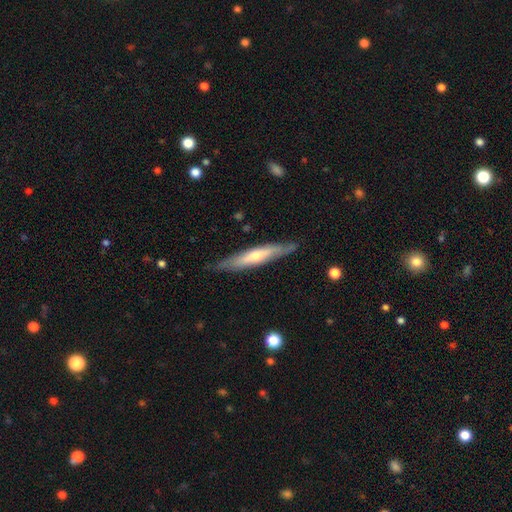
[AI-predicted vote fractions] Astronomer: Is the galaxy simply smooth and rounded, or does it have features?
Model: featured or disk — 61%.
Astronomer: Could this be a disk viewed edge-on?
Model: yes — 81%.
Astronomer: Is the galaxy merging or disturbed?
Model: none — 83%.